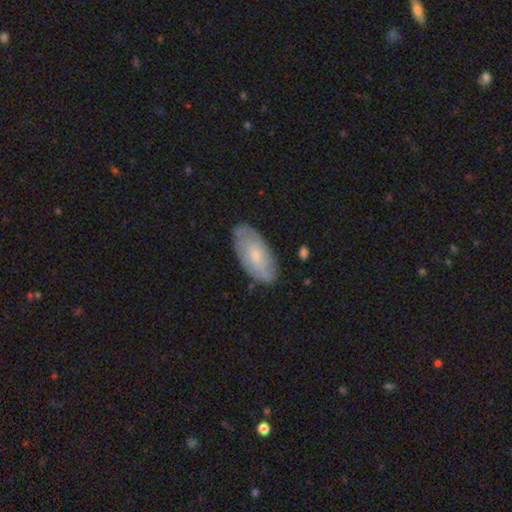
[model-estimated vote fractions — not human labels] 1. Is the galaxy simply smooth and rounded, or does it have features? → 59% featured or disk, 35% smooth, 6% star or artifact.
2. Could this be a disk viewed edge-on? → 92% no, 8% yes.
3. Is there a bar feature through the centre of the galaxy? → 73% no, 23% weak, 4% strong.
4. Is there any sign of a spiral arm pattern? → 83% yes, 17% no.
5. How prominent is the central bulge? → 69% small, 26% moderate, 3% none, 2% large, 1% dominant.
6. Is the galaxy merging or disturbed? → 80% none, 16% minor disturbance, 3% major disturbance, 1% merger.